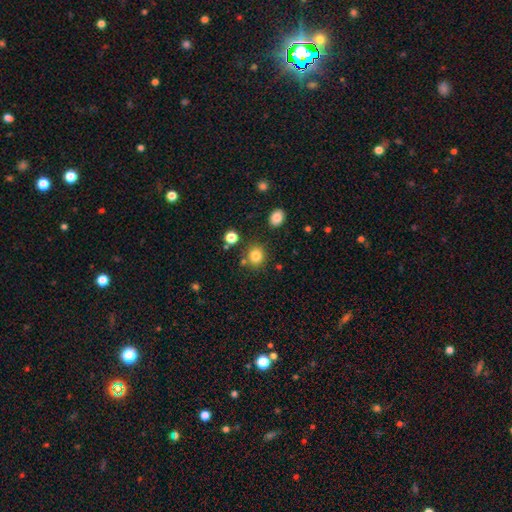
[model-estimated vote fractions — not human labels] Q: Smooth or featured?
A: smooth (82%); runner-up: star or artifact (12%)
Q: How rounded?
A: round (83%); runner-up: in between (16%)
Q: Merging?
A: none (80%); runner-up: minor disturbance (10%)